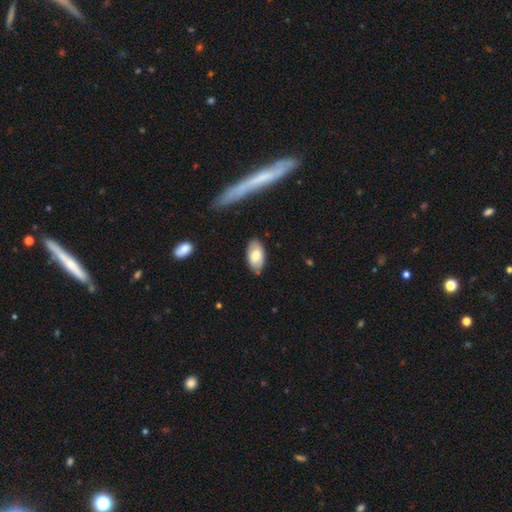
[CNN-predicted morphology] The model was most divided on "smooth or featured": smooth: 75%, featured or disk: 19%, star or artifact: 6%. More confident: how rounded — in between (95%); merging — none (81%).